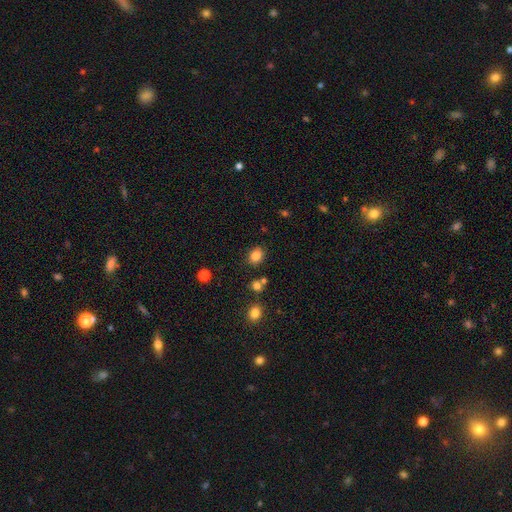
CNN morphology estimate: Smooth or featured? Predicted: smooth (p=0.83). How rounded? Predicted: round (p=0.50). Merging? Predicted: none (p=0.82).